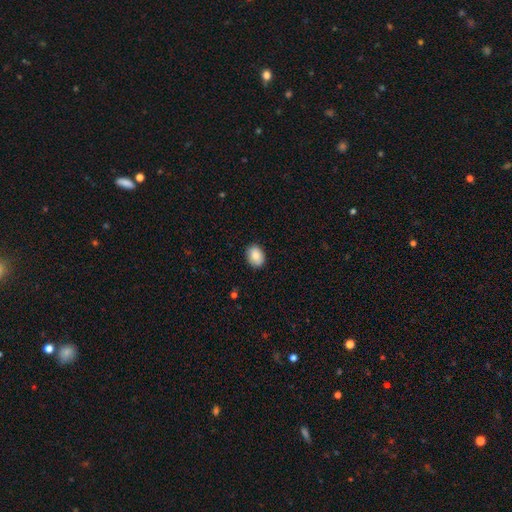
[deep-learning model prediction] smooth-or-featured: smooth: 86% | star or artifact: 7% | featured or disk: 7%
  how-rounded: in between: 70% | round: 29% | cigar-shaped: 1%
  merging: none: 87% | minor disturbance: 10% | major disturbance: 2% | merger: 1%